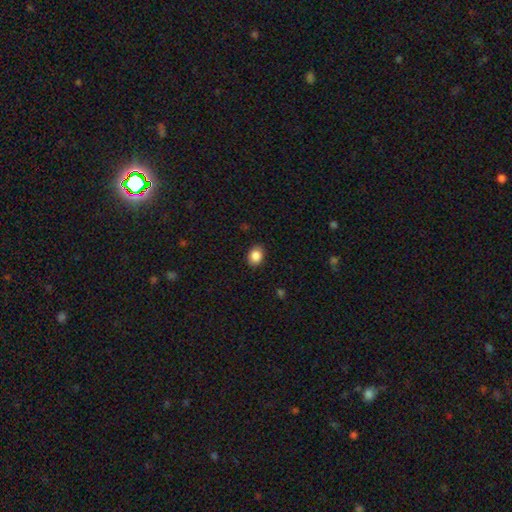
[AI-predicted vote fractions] Overall: smooth (87%). How rounded: in between (62%; round 37%). Merging: none (87%).